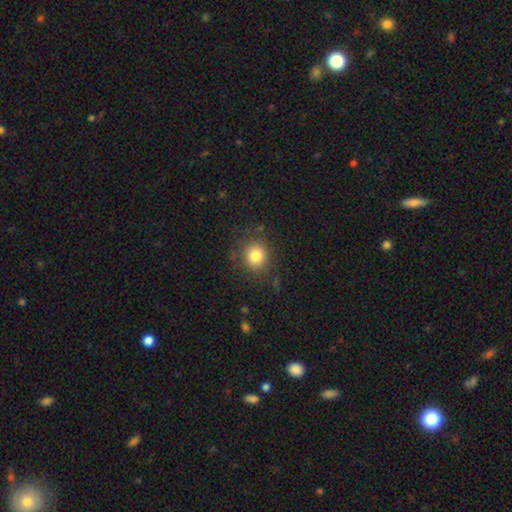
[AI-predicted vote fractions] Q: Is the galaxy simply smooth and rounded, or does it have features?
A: smooth — 81%.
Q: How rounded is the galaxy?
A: round — 87%.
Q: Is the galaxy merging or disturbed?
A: none — 84%.